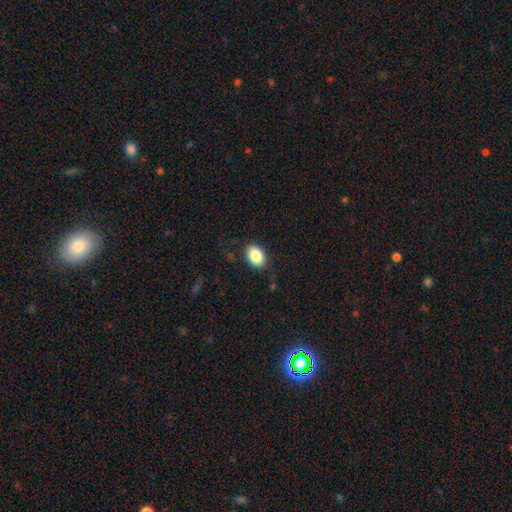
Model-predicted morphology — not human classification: A smooth galaxy with no disk features (86%) that is in between round and cigar-shaped (81%).

Vote fractions:
- Smooth or featured? smooth: 86% / star or artifact: 8% / featured or disk: 7%
- How rounded? in between: 81% / round: 18% / cigar-shaped: 1%
- Merging? none: 84% / minor disturbance: 11% / major disturbance: 3% / merger: 1%